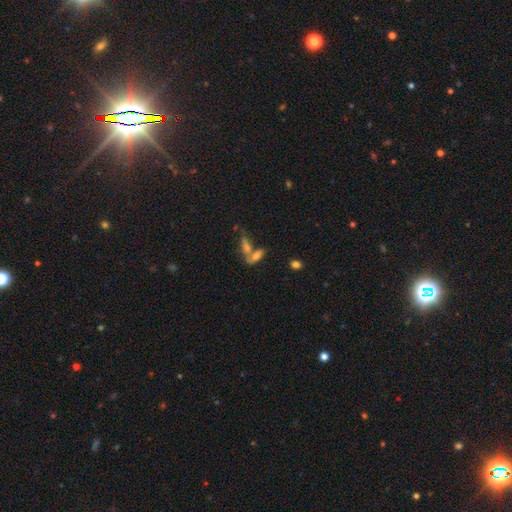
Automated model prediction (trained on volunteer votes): Smooth or featured?
  - smooth: 66% *
  - featured or disk: 22%
  - star or artifact: 12%
How rounded?
  - in between: 62% *
  - cigar-shaped: 34%
  - round: 4%
Merging?
  - merger: 49% *
  - none: 36%
  - minor disturbance: 10%
  - major disturbance: 5%